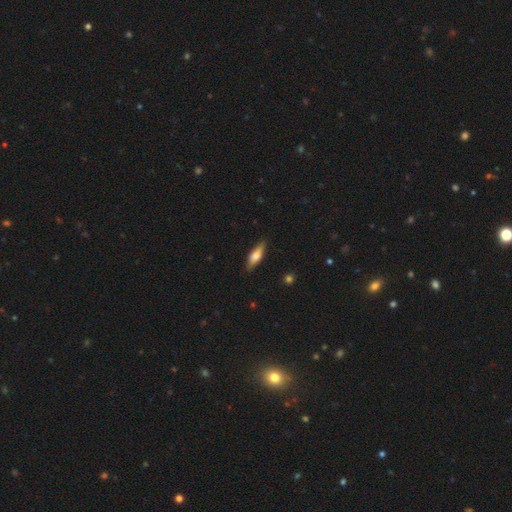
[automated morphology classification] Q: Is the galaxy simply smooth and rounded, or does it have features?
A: smooth — 59%.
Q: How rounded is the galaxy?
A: in between — 51%.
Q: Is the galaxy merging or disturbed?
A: none — 84%.